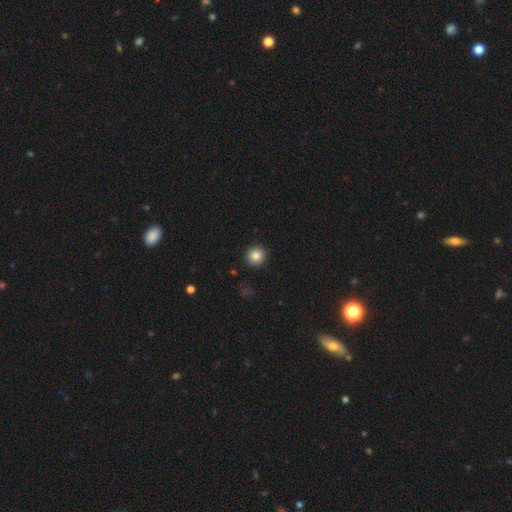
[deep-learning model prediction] Overall: smooth (85%). How rounded: round (94%). Merging: none (92%).